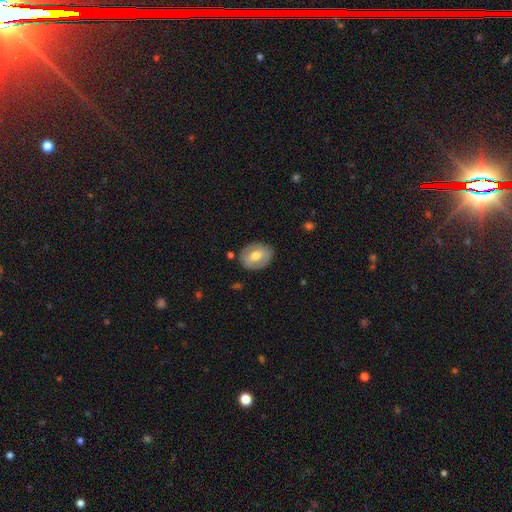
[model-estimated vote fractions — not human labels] A smooth galaxy with no disk features (55%) that is in between round and cigar-shaped (65%).

Vote fractions:
- Smooth or featured? smooth: 55% / featured or disk: 38% / star or artifact: 7%
- How rounded? in between: 65% / round: 33% / cigar-shaped: 1%
- Merging? none: 82% / minor disturbance: 13% / major disturbance: 3% / merger: 2%